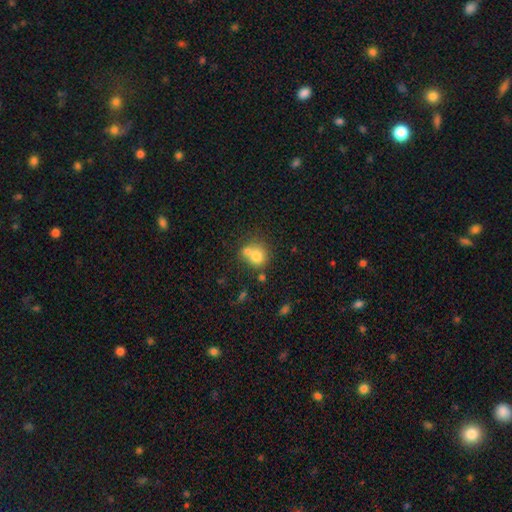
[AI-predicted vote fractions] smooth_or_featured: smooth (p=0.74) [alt: featured or disk p=0.15]
how_rounded: round (p=0.78) [alt: in between p=0.21]
merging: merger (p=0.48) [alt: none p=0.39]